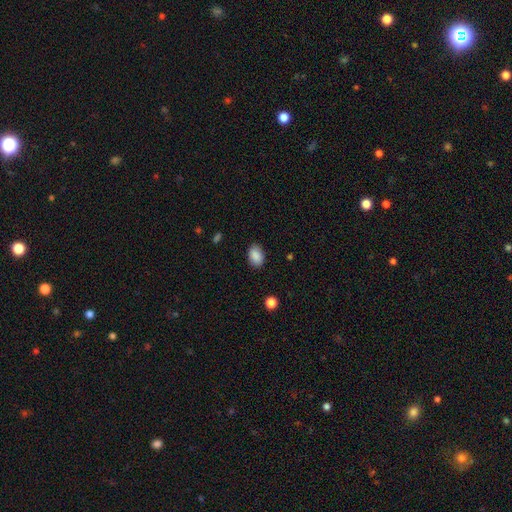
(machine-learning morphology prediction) smooth-or-featured: smooth: 89% | star or artifact: 8% | featured or disk: 4%
  how-rounded: in between: 83% | round: 16% | cigar-shaped: 1%
  merging: none: 85% | minor disturbance: 11% | major disturbance: 3% | merger: 1%